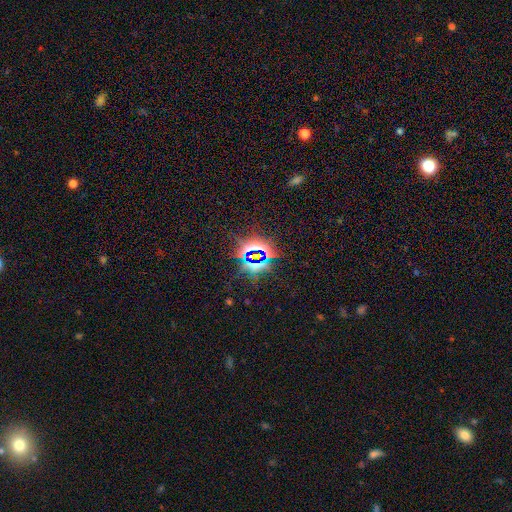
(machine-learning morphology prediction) Smooth or featured: star or artifact — 81% (smooth — 11%)